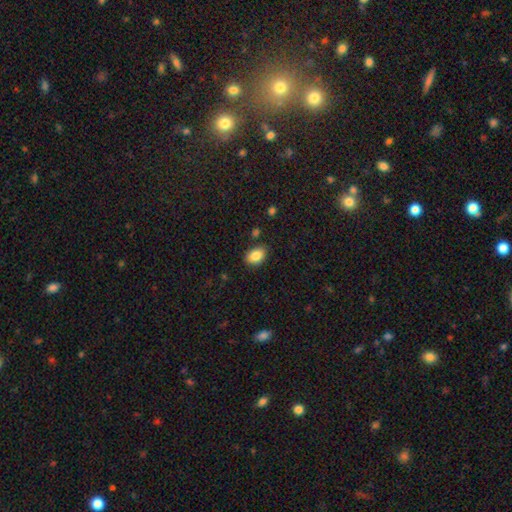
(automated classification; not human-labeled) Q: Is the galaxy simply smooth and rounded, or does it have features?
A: smooth — 85%.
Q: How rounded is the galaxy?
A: in between — 82%.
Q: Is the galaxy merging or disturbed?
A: none — 83%.